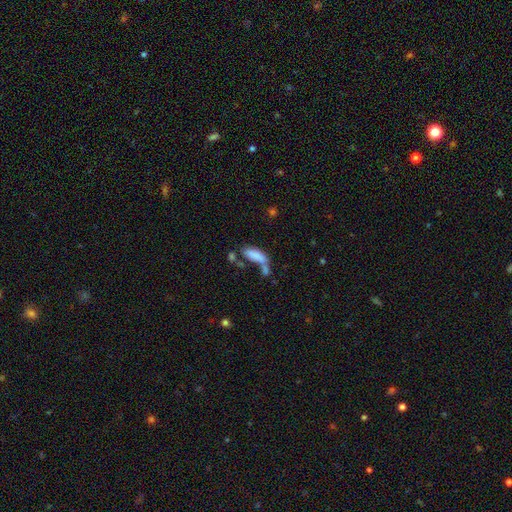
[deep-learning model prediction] Smooth or featured? smooth (79%)
How rounded? in between (69%)
Merging? merger (38%)